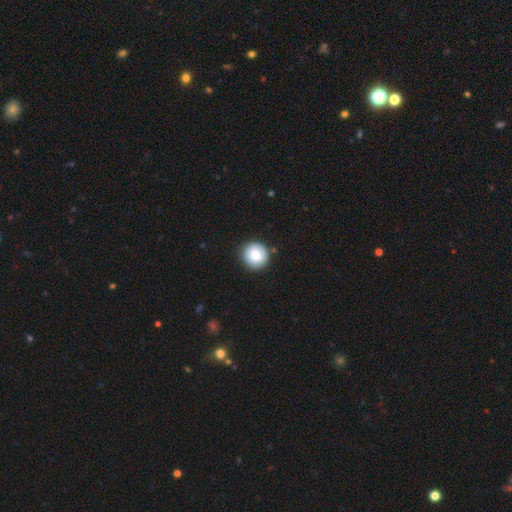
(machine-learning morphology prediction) smooth 84%, featured or disk 8%, star or artifact 8%. Down the decision tree: how rounded — round (95%); merging — none (89%).